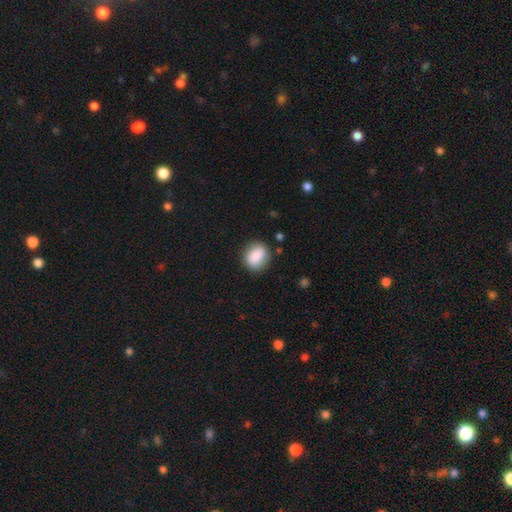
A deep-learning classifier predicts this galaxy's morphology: A smooth galaxy with no disk features (83%) that is round (60%).

Vote fractions:
- Smooth or featured? smooth: 83% / featured or disk: 9% / star or artifact: 8%
- How rounded? round: 60% / in between: 39% / cigar-shaped: 1%
- Merging? none: 82% / minor disturbance: 13% / major disturbance: 3% / merger: 2%